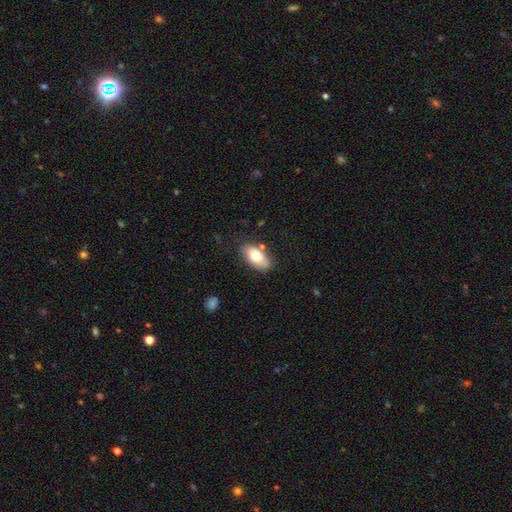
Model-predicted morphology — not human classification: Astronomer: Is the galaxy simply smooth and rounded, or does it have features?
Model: smooth — 78%.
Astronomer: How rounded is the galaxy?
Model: in between — 92%.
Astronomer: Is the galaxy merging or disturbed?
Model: none — 72%.